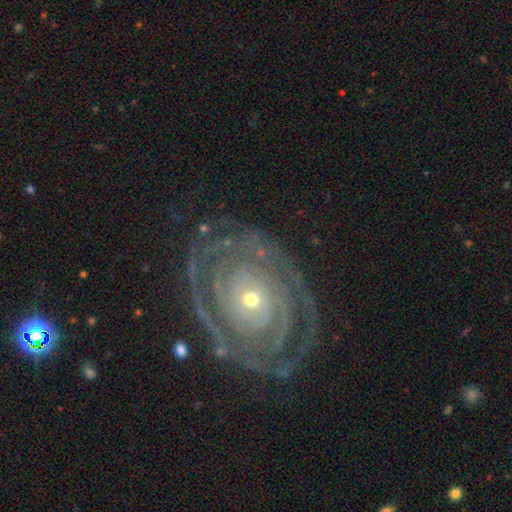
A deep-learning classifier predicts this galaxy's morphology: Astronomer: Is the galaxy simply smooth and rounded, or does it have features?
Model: featured or disk — 87%.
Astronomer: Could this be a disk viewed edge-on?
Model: no — 96%.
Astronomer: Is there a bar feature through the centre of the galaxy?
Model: no — 81%.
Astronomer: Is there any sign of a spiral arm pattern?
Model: yes — 94%.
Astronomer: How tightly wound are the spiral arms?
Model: tight — 85%.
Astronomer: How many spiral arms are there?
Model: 2 — 33% (runner-up: can't tell, 25%).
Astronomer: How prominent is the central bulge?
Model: small — 72%.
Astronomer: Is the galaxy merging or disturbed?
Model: none — 78%.